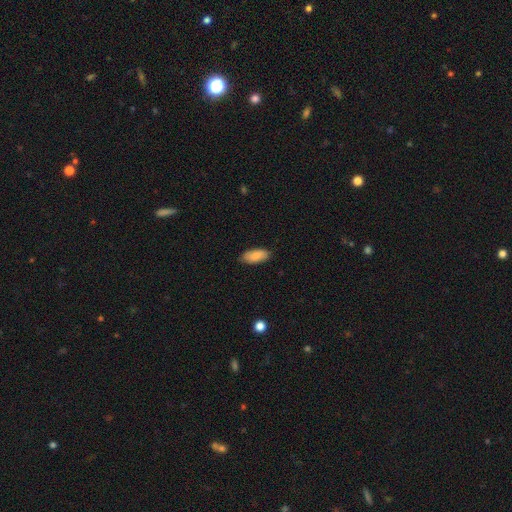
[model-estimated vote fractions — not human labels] smooth-or-featured: smooth: 83% | featured or disk: 11% | star or artifact: 6%
  how-rounded: in between: 89% | cigar-shaped: 9% | round: 2%
  merging: none: 84% | minor disturbance: 12% | major disturbance: 2% | merger: 1%